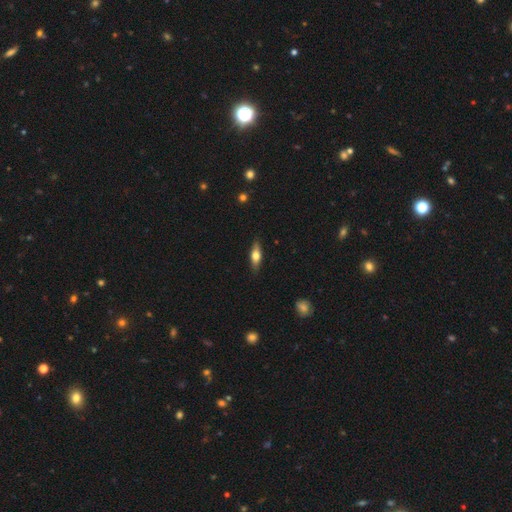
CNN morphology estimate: smooth_or_featured: smooth (p=0.55) [alt: featured or disk p=0.39]
how_rounded: in between (p=0.51) [alt: cigar-shaped p=0.45]
merging: none (p=0.86) [alt: minor disturbance p=0.10]